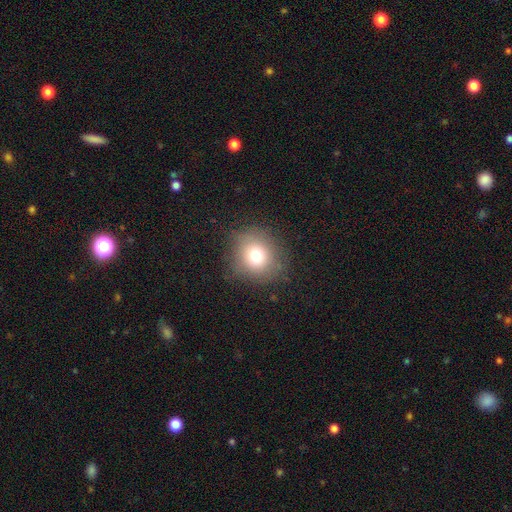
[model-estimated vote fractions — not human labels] This appears to be a smooth galaxy with no disk features (74%) that is round (85%). Merging: none (82%).